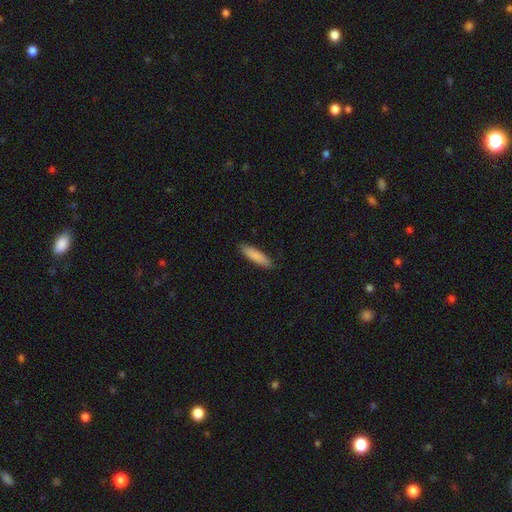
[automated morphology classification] Smooth or featured? smooth (86%)
How rounded? cigar-shaped (70%)
Merging? none (88%)